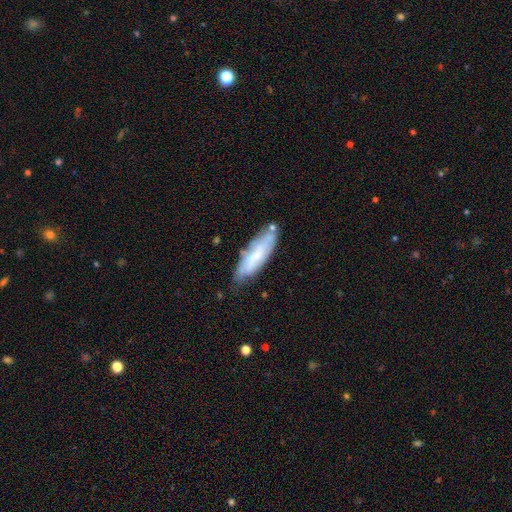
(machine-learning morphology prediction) smooth_or_featured: smooth (p=0.57) [alt: featured or disk p=0.36]
how_rounded: cigar-shaped (p=0.53) [alt: in between p=0.45]
merging: none (p=0.65) [alt: minor disturbance p=0.23]